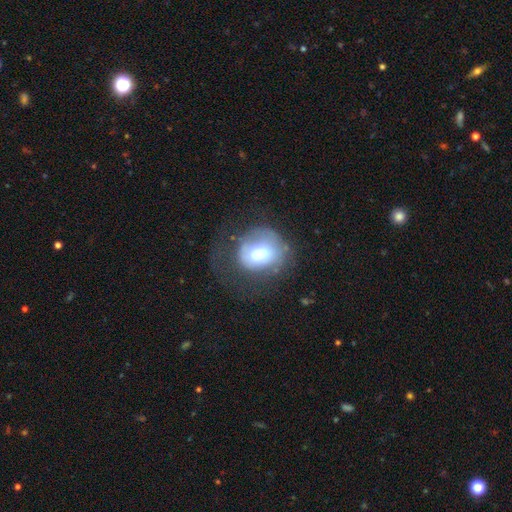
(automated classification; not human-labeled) A smooth galaxy with no disk features (58%) that is round (68%).

Vote fractions:
- Smooth or featured? smooth: 58% / featured or disk: 32% / star or artifact: 10%
- How rounded? round: 68% / in between: 31% / cigar-shaped: 1%
- Merging? none: 41% / major disturbance: 34% / minor disturbance: 23% / merger: 2%